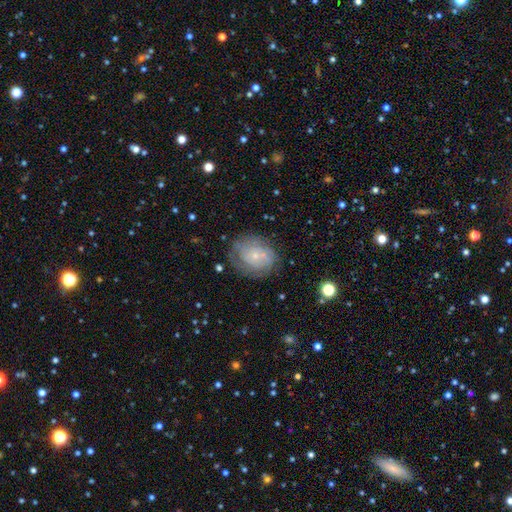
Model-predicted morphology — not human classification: Smooth or featured: featured or disk — 65% (smooth — 26%)
Edge-on disk: no — 97% (yes — 3%)
Bar: no — 80% (weak — 18%)
Spiral arms: yes — 84% (no — 16%)
Spiral winding: tight — 60% (medium — 29%)
Spiral arm count: can't tell — 48% (2 — 18%)
Bulge size: small — 82% (moderate — 12%)
Merging: none — 71% (minor disturbance — 18%)